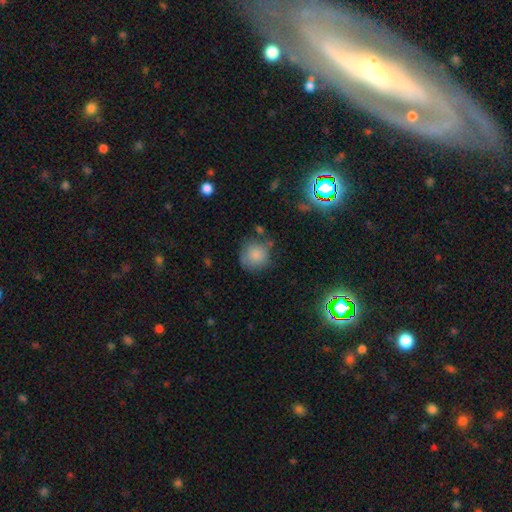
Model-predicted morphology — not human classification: Smooth or featured: smooth — 81% (featured or disk — 9%)
How rounded: round — 90% (in between — 9%)
Merging: none — 63% (minor disturbance — 23%)